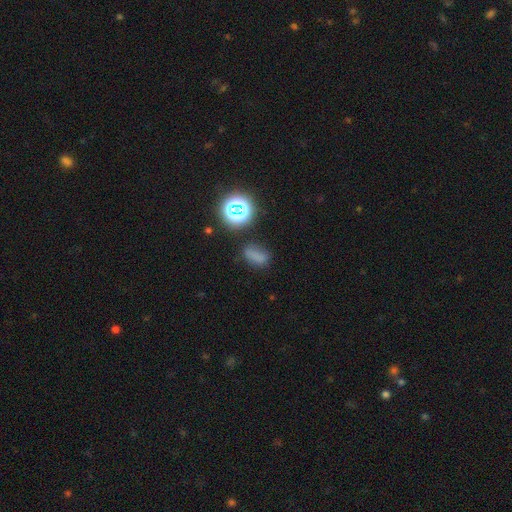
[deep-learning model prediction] smooth-or-featured: smooth: 67% | star or artifact: 24% | featured or disk: 9%
  how-rounded: in between: 76% | round: 16% | cigar-shaped: 8%
  merging: none: 64% | minor disturbance: 21% | major disturbance: 10% | merger: 5%